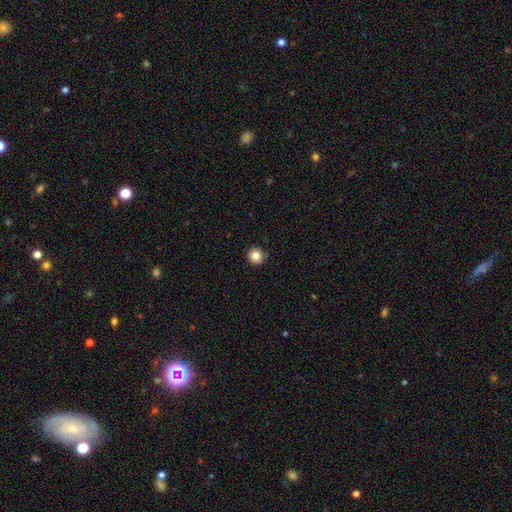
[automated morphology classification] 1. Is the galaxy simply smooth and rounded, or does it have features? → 84% smooth, 11% star or artifact, 6% featured or disk.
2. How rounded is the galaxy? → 96% round, 3% in between, 1% cigar-shaped.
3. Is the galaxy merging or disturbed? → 91% none, 6% minor disturbance, 2% major disturbance, 1% merger.